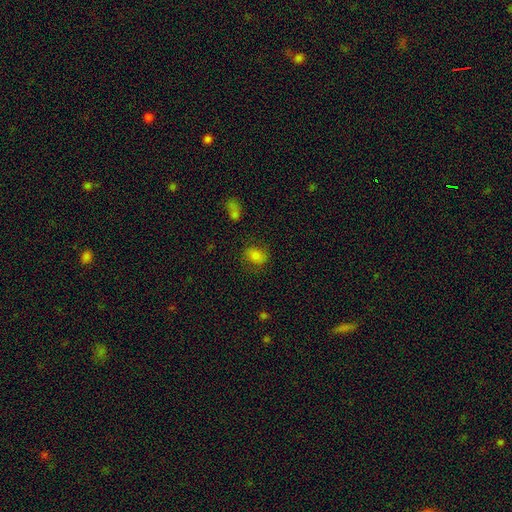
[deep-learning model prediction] Smooth or featured?
  - smooth: 77% *
  - star or artifact: 12%
  - featured or disk: 12%
How rounded?
  - in between: 54% *
  - round: 45%
  - cigar-shaped: 1%
Merging?
  - none: 74% *
  - minor disturbance: 17%
  - major disturbance: 6%
  - merger: 3%